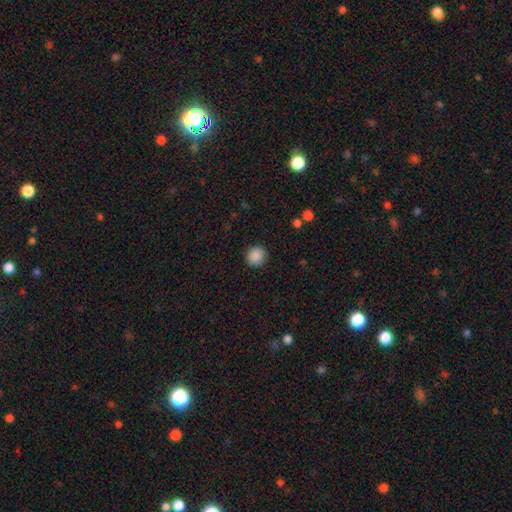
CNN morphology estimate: The model was most divided on "smooth or featured": smooth: 89%, star or artifact: 9%, featured or disk: 3%. More confident: merging — none (90%); how rounded — round (90%).